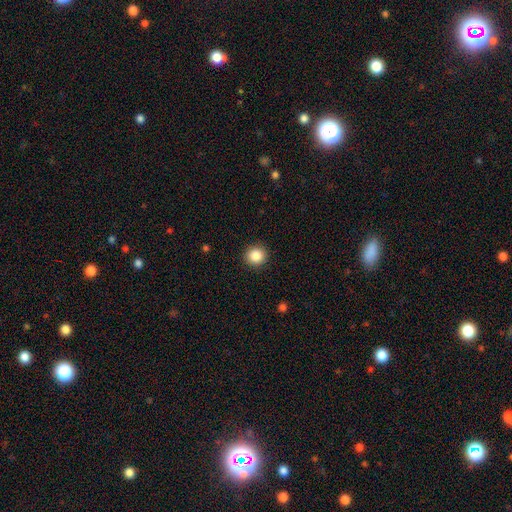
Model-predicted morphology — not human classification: smooth_or_featured: smooth (p=0.87) [alt: star or artifact p=0.09]
how_rounded: round (p=0.92) [alt: in between p=0.07]
merging: none (p=0.92) [alt: minor disturbance p=0.05]